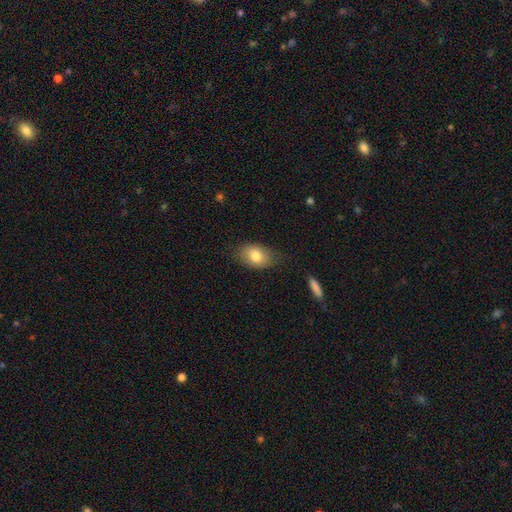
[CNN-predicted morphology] smooth-or-featured: smooth: 80% | featured or disk: 12% | star or artifact: 8%
  how-rounded: in between: 82% | round: 17% | cigar-shaped: 1%
  merging: none: 75% | minor disturbance: 19% | major disturbance: 4% | merger: 1%